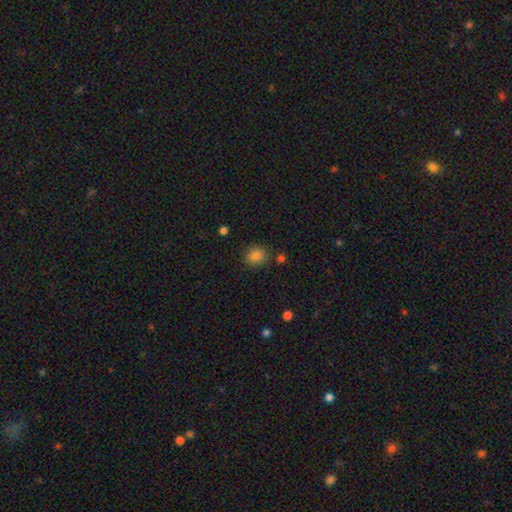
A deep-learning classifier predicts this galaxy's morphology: This is clearly a smooth galaxy (83%). How rounded: likely round (79%). Merging: clearly none (83%).